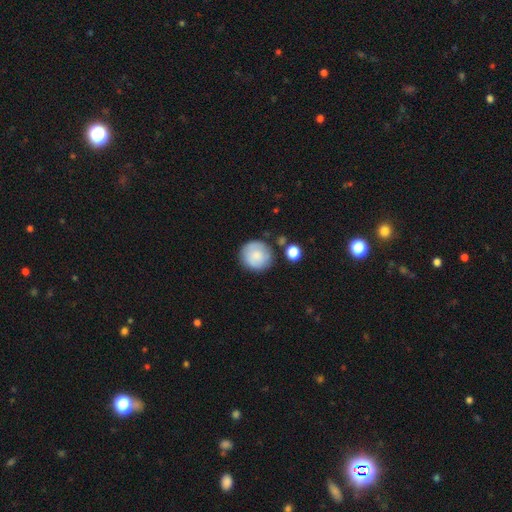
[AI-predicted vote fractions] This appears to be a smooth galaxy with no disk features (78%) that is round (93%). Merging: none (76%).